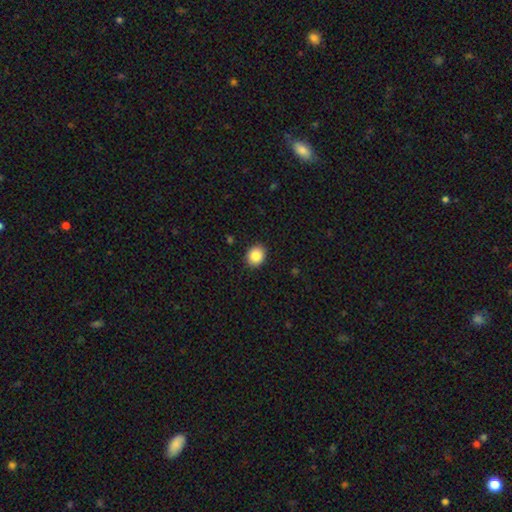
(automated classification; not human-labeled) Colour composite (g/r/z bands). It shows a smooth galaxy with no disk features (86%) that is round (68%). Merging: none (90%).